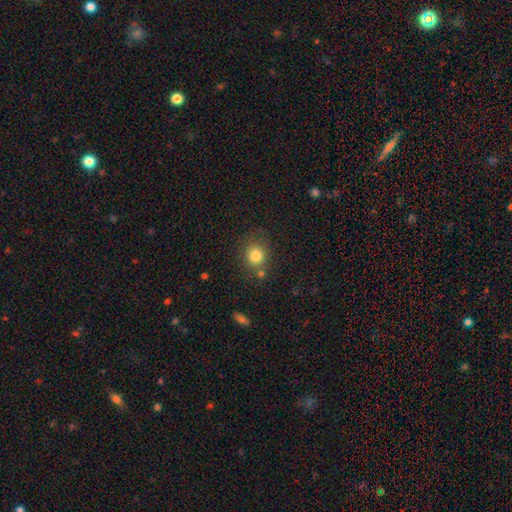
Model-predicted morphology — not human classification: A smooth galaxy with no disk features (82%) that is round (80%).

Vote fractions:
- Smooth or featured? smooth: 82% / star or artifact: 11% / featured or disk: 7%
- How rounded? round: 80% / in between: 19% / cigar-shaped: 1%
- Merging? none: 71% / minor disturbance: 13% / merger: 11% / major disturbance: 5%